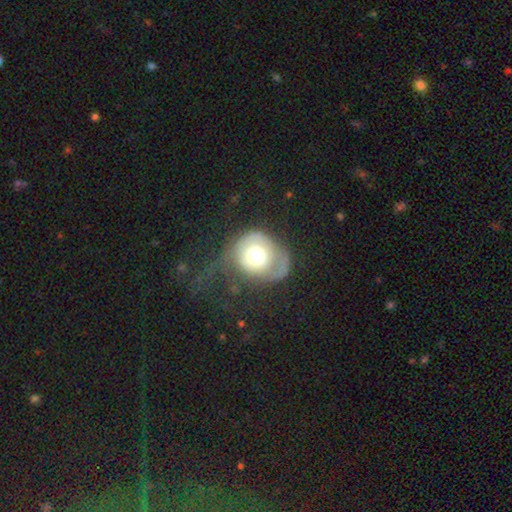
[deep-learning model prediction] Overall: smooth (54%; featured or disk 38%). How rounded: round (73%). Merging: major disturbance (49%; none 26%).